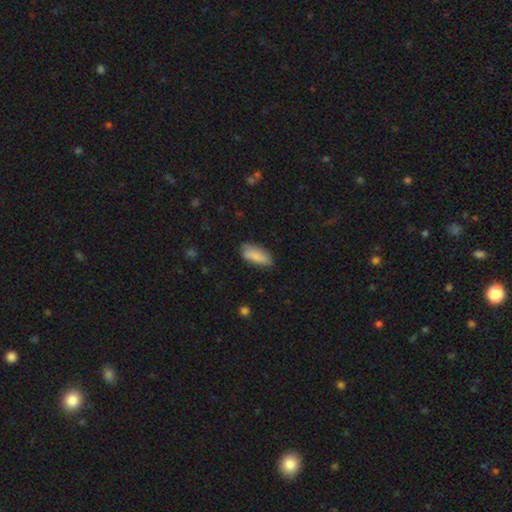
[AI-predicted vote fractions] This appears to be a smooth galaxy with no disk features (82%) that is in between round and cigar-shaped (80%). Merging: none (72%).